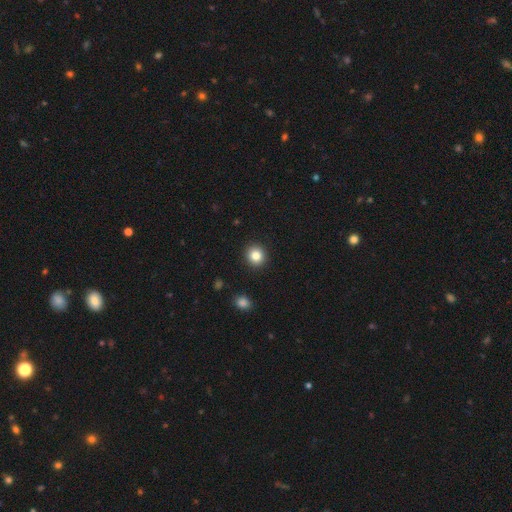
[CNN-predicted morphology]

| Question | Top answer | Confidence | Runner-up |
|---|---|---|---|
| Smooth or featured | smooth | 84% | star or artifact (10%) |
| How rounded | round | 88% | in between (11%) |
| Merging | none | 92% | minor disturbance (5%) |